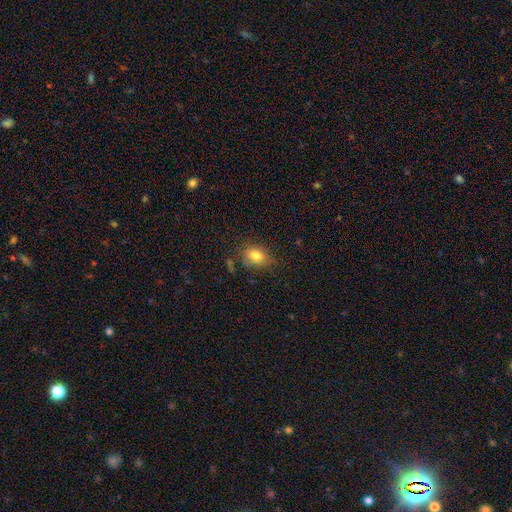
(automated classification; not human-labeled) smooth_or_featured: smooth (p=0.80) [alt: star or artifact p=0.11]
how_rounded: in between (p=0.64) [alt: round p=0.35]
merging: none (p=0.70) [alt: minor disturbance p=0.20]